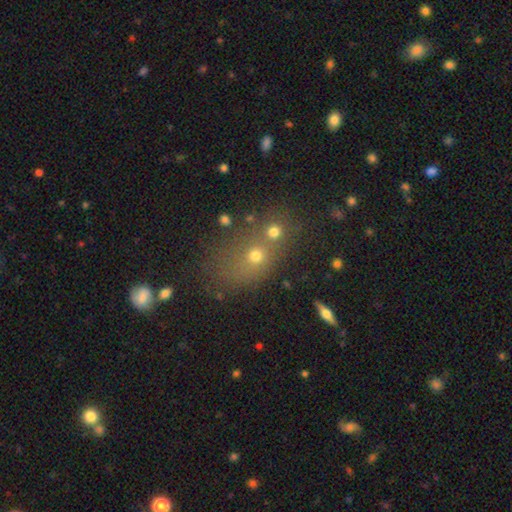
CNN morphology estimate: This appears to be a smooth galaxy with no disk features (58%) that is round (53%). Merging: merger (45%).